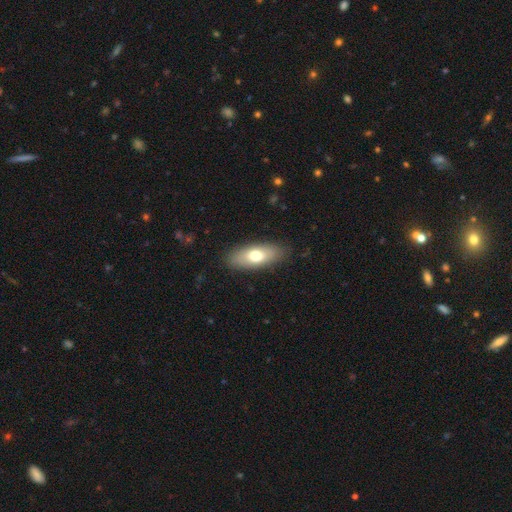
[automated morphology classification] Q: Smooth or featured?
A: smooth (70%); runner-up: featured or disk (24%)
Q: How rounded?
A: in between (80%); runner-up: cigar-shaped (16%)
Q: Merging?
A: none (86%); runner-up: minor disturbance (10%)